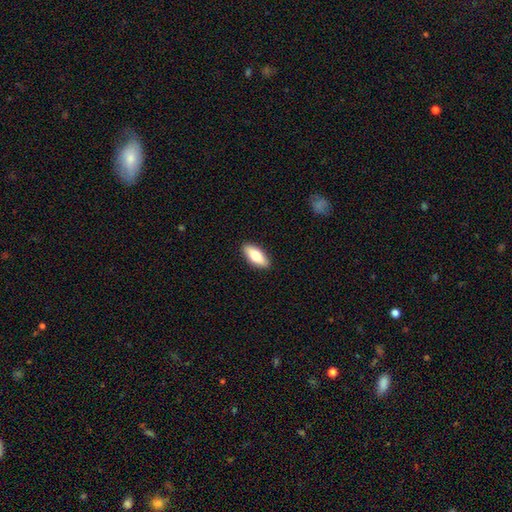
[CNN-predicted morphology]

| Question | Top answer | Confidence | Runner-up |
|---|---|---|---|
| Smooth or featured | smooth | 73% | featured or disk (22%) |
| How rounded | in between | 77% | cigar-shaped (21%) |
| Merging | none | 90% | minor disturbance (7%) |